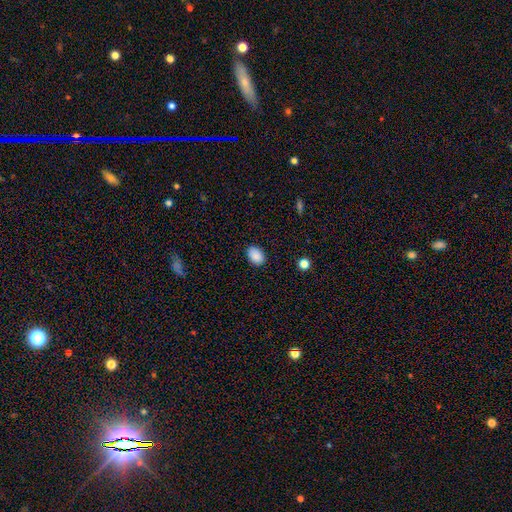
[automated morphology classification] Q: Smooth or featured?
A: smooth (88%); runner-up: star or artifact (8%)
Q: How rounded?
A: in between (82%); runner-up: round (17%)
Q: Merging?
A: none (87%); runner-up: minor disturbance (10%)